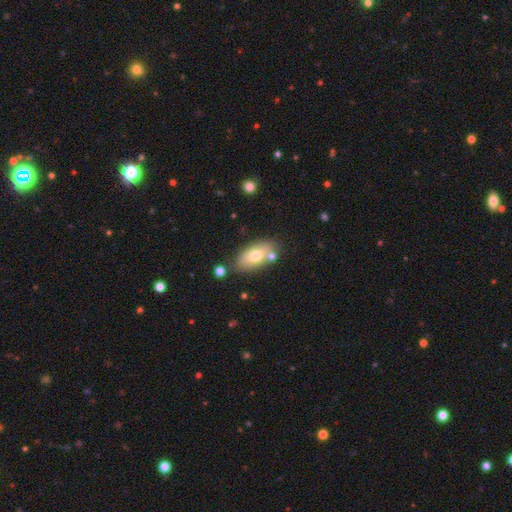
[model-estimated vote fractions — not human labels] Morphology: type=smooth (69%); roundness=in between (90%); merging=none (74%).